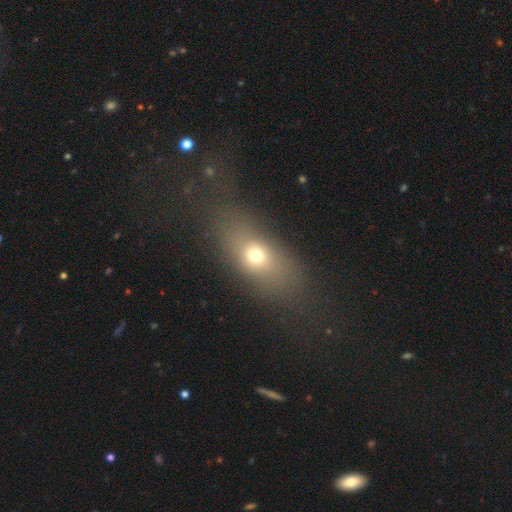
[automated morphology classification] Smooth or featured: smooth — 65% (featured or disk — 18%)
How rounded: in between — 66% (round — 25%)
Merging: none — 66% (minor disturbance — 15%)